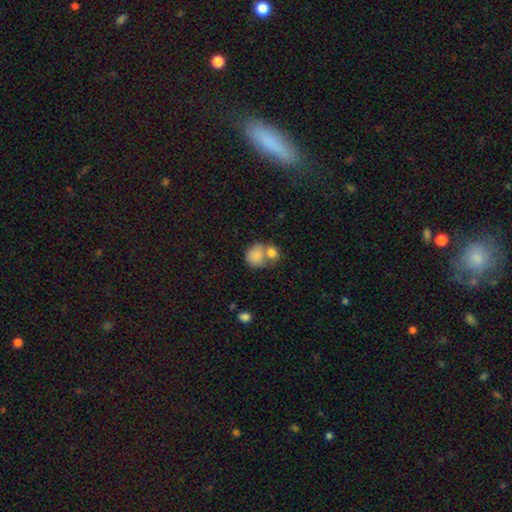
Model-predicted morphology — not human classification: Overall: smooth (81%). How rounded: round (67%; in between 32%). Merging: merger (56%; none 29%).